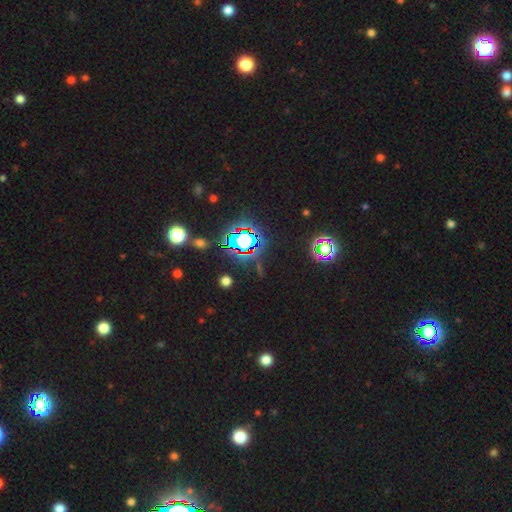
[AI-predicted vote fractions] Smooth or featured?
  - star or artifact: 80% *
  - smooth: 12%
  - featured or disk: 7%